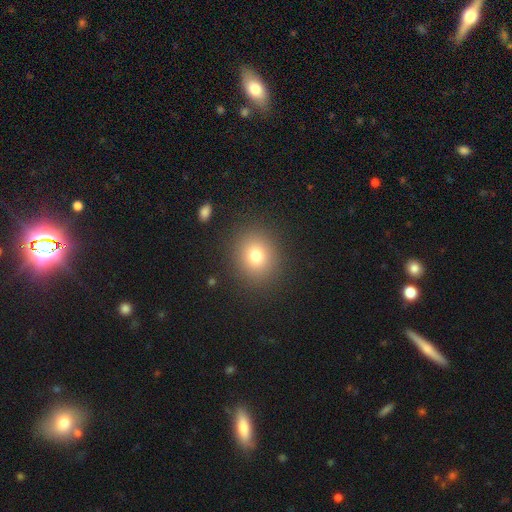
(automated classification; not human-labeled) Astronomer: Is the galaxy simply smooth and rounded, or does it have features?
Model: smooth — 77%.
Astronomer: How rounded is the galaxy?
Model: round — 77%.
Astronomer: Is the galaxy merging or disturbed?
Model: none — 88%.